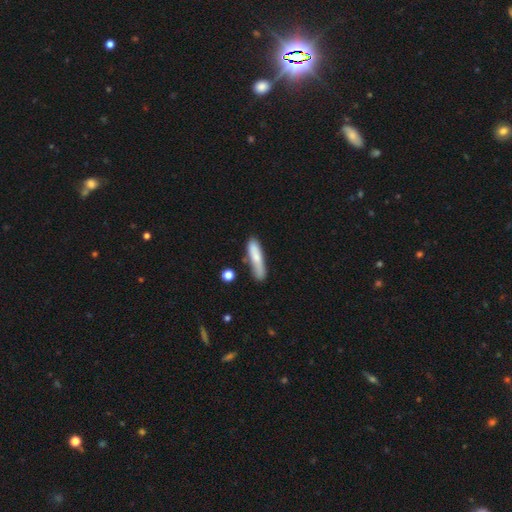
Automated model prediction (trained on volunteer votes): Smooth or featured? smooth (75%)
How rounded? cigar-shaped (78%)
Merging? none (59%)